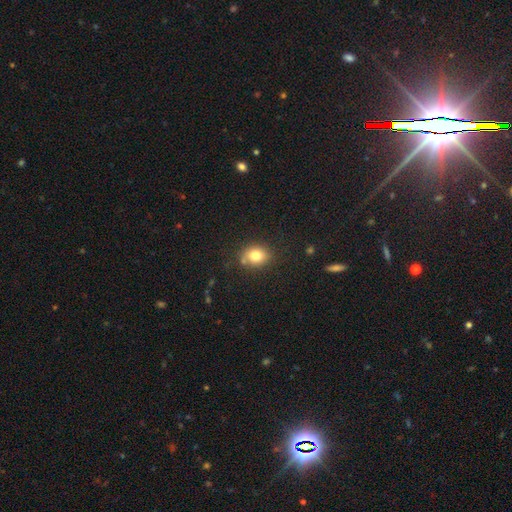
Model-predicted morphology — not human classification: Q: Smooth or featured?
A: smooth (78%); runner-up: star or artifact (11%)
Q: How rounded?
A: round (58%); runner-up: in between (42%)
Q: Merging?
A: none (76%); runner-up: minor disturbance (15%)